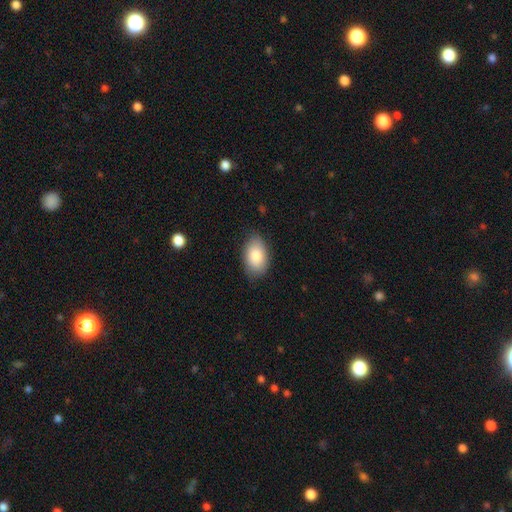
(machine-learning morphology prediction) type=smooth (85%); roundness=in between (92%); merging=none (82%).